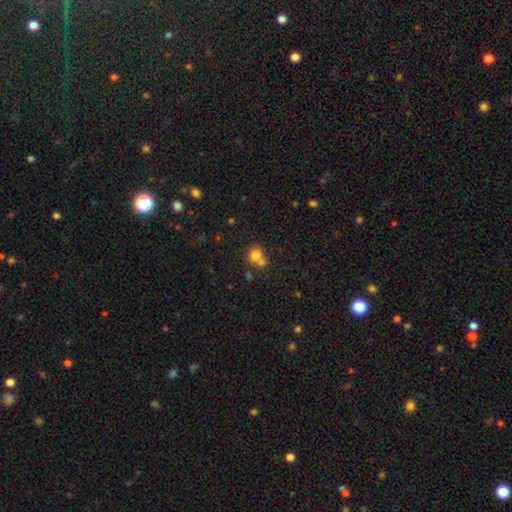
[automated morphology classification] smooth 76%, star or artifact 12%, featured or disk 12%. Down the decision tree: how rounded — round (72%); merging — merger (47%).